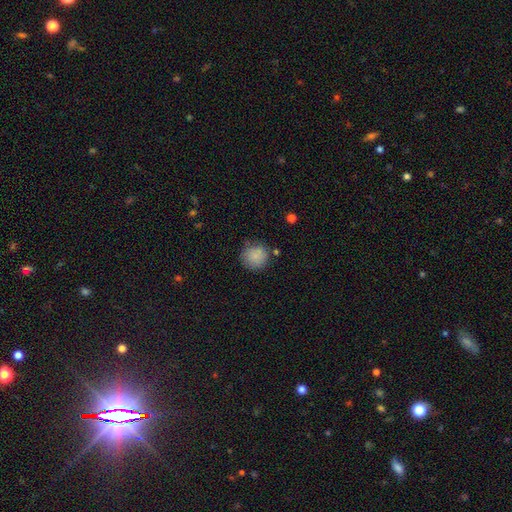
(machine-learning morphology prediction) Smooth or featured?
  - smooth: 85% *
  - star or artifact: 9%
  - featured or disk: 6%
How rounded?
  - round: 91% *
  - in between: 8%
  - cigar-shaped: 1%
Merging?
  - none: 78% *
  - minor disturbance: 15%
  - major disturbance: 4%
  - merger: 4%